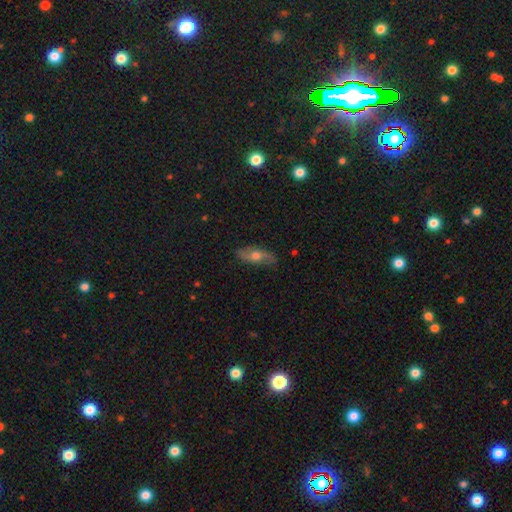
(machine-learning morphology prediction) type=featured or disk (52%); edge-on=no (69%); merging=none (80%).